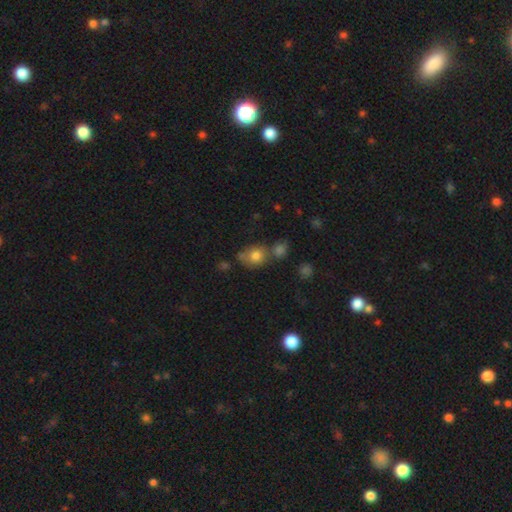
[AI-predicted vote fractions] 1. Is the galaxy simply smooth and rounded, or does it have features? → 78% smooth, 11% star or artifact, 11% featured or disk.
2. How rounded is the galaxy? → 59% round, 40% in between, 1% cigar-shaped.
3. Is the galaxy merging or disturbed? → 48% none, 29% merger, 17% minor disturbance, 7% major disturbance.